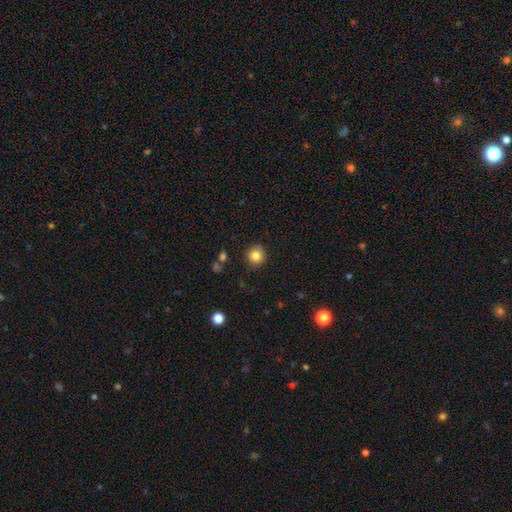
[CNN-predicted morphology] smooth 83%, star or artifact 11%, featured or disk 6%. Down the decision tree: how rounded — round (89%); merging — none (88%).